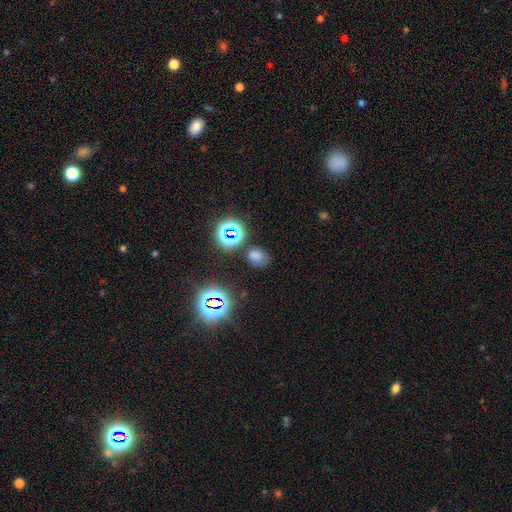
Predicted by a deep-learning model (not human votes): A smooth galaxy with no disk features (63%) that is round (57%). Merging: none (66%).